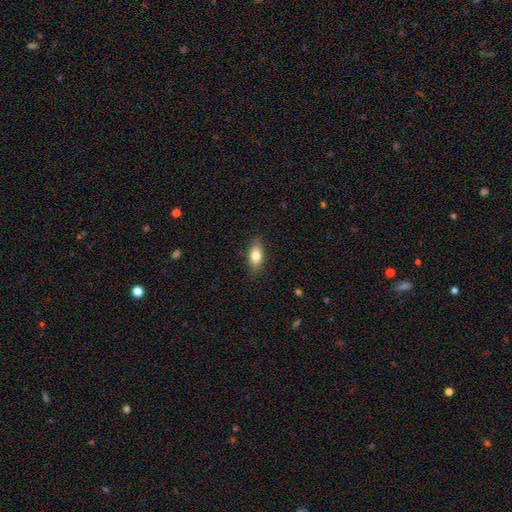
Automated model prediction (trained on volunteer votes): Smooth or featured?
  - smooth: 79% *
  - featured or disk: 14%
  - star or artifact: 7%
How rounded?
  - in between: 84% *
  - cigar-shaped: 10%
  - round: 6%
Merging?
  - none: 84% *
  - minor disturbance: 12%
  - major disturbance: 3%
  - merger: 1%